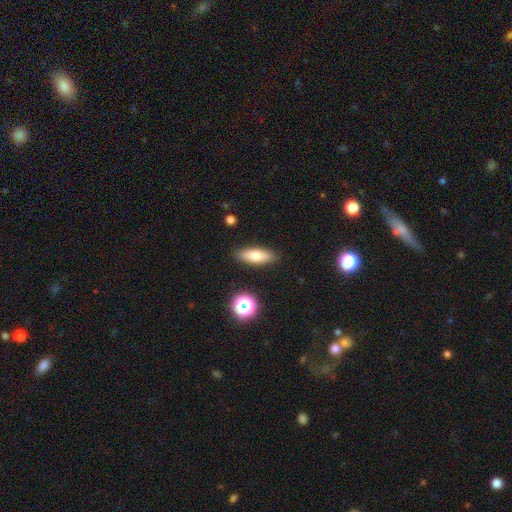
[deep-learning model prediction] Overall: smooth (71%). How rounded: in between (60%; cigar-shaped 36%). Merging: none (88%).